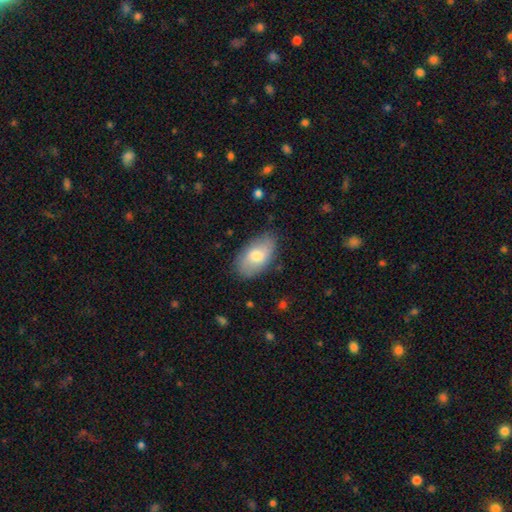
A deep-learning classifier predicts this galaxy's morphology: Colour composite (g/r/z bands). It shows a smooth galaxy with no disk features (71%) that is in between round and cigar-shaped (94%). Merging: none (80%).